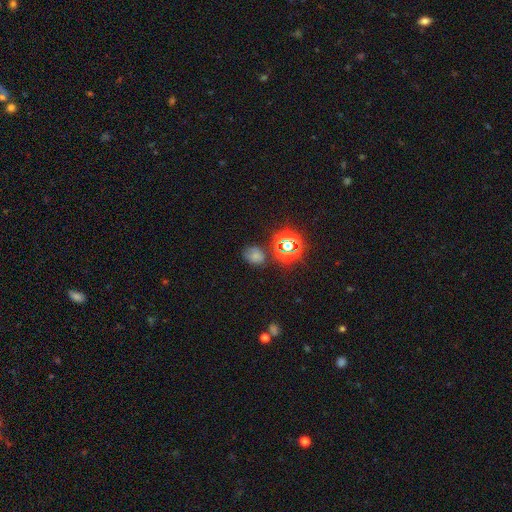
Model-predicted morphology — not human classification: The model was most divided on "how rounded": in between: 54%, round: 45%, cigar-shaped: 1%. More confident: merging — none (63%); smooth or featured — smooth (58%).